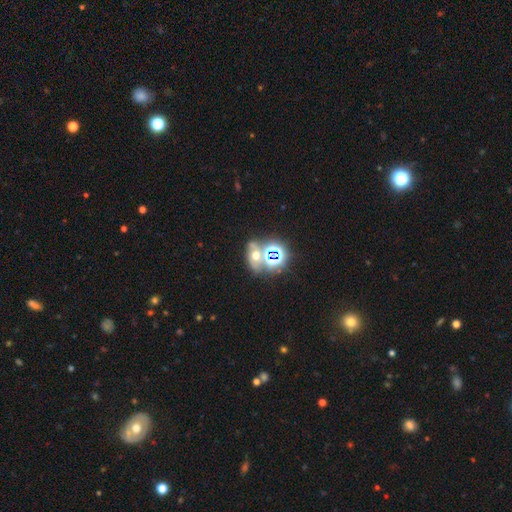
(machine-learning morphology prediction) The model was most divided on "smooth or featured": star or artifact: 40%, smooth: 34%, featured or disk: 26%.